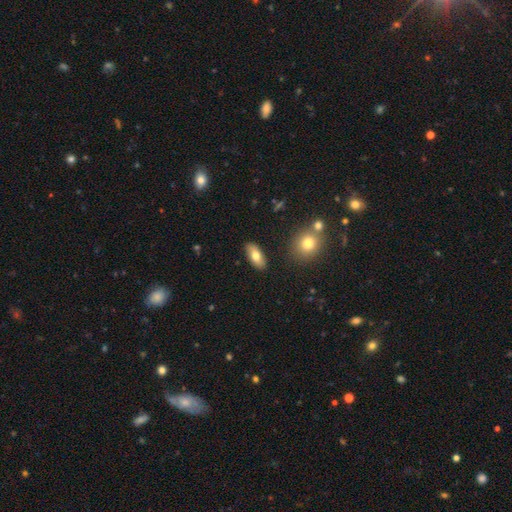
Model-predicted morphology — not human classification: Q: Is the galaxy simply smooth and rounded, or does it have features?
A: smooth — 73%.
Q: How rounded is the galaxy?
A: in between — 86%.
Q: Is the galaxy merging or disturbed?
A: none — 87%.